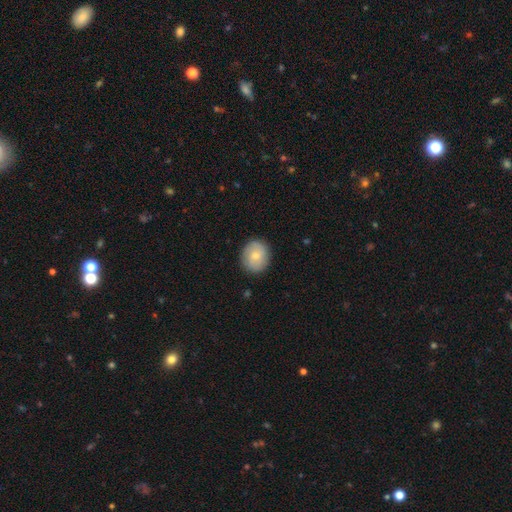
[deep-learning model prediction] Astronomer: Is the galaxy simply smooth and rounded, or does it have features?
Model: smooth — 71%.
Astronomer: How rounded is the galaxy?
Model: round — 79%.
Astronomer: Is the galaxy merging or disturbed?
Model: none — 88%.